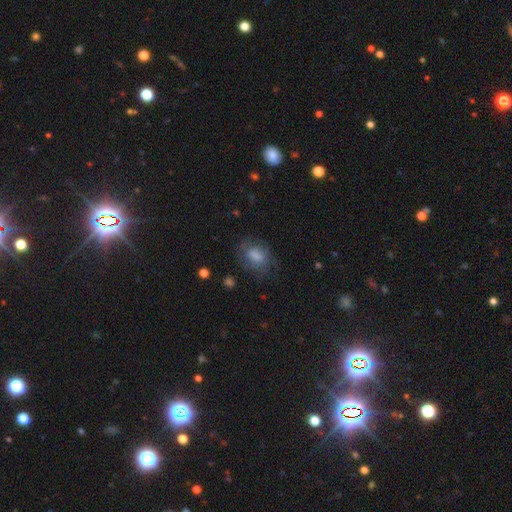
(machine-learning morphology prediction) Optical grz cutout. It shows a smooth galaxy with no disk features (70%) that is in between round and cigar-shaped (75%). Merging: none (58%).